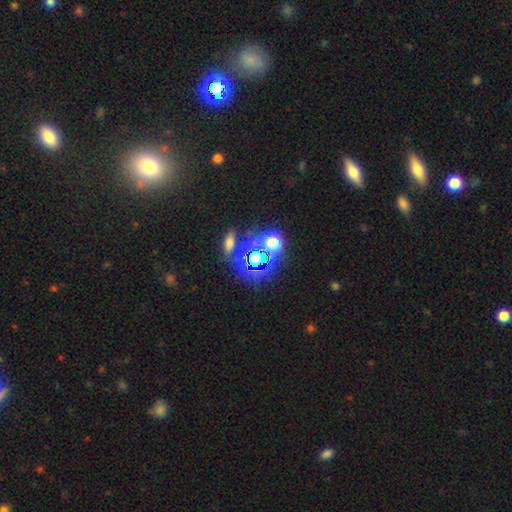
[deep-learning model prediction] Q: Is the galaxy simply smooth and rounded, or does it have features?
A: star or artifact — 63%.